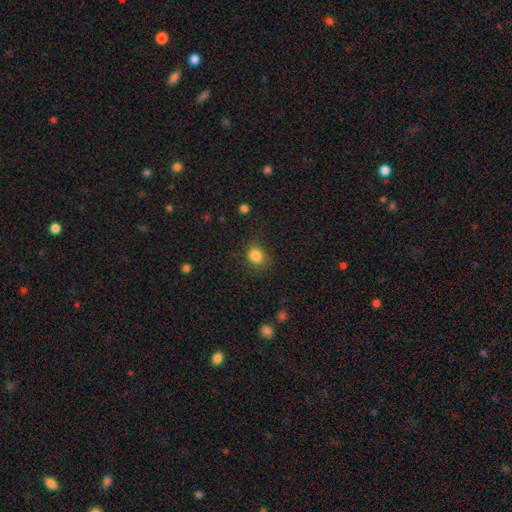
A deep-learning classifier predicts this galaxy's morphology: Smooth or featured? smooth (84%)
How rounded? round (61%)
Merging? none (80%)